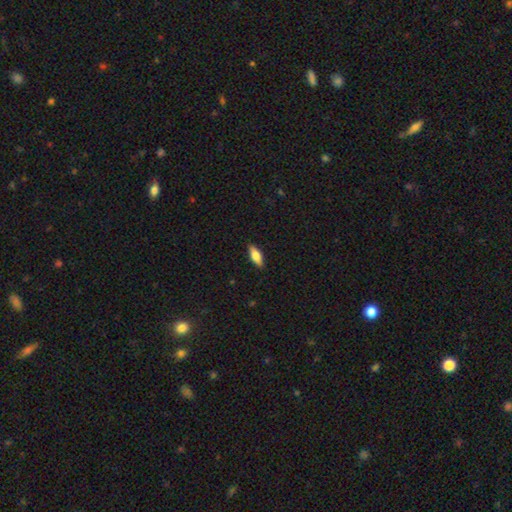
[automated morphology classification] The model was most divided on "how rounded": in between: 65%, cigar-shaped: 33%, round: 3%. More confident: merging — none (88%); smooth or featured — smooth (66%).